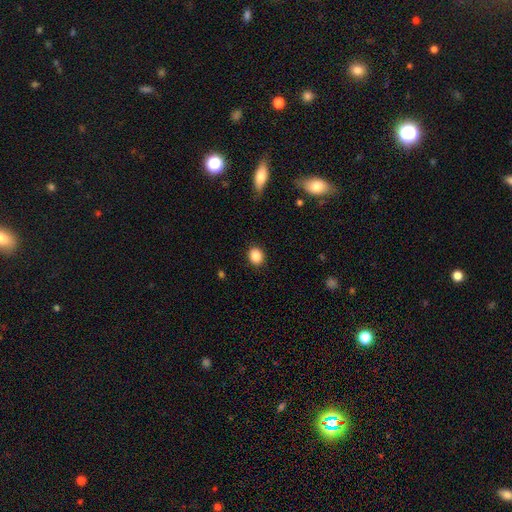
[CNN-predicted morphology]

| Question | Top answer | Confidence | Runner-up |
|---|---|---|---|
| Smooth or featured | smooth | 87% | star or artifact (9%) |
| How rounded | round | 67% | in between (32%) |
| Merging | none | 89% | minor disturbance (7%) |